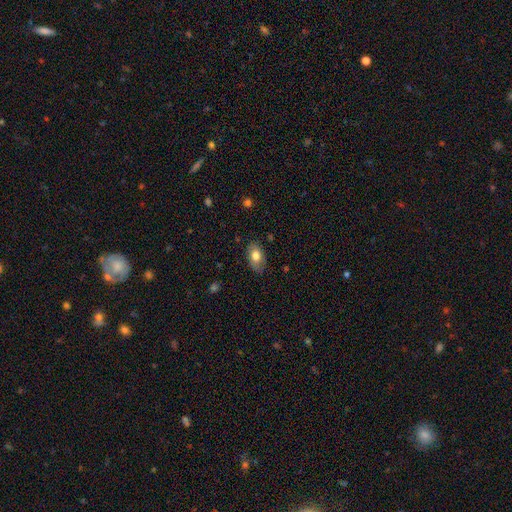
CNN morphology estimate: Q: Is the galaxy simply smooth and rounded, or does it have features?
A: smooth — 76%.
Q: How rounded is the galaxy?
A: in between — 90%.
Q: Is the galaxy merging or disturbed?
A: none — 79%.